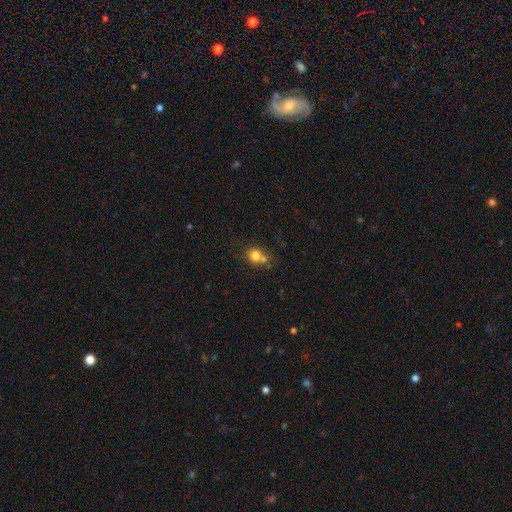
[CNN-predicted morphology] Smooth or featured: smooth — 77% (star or artifact — 12%)
How rounded: round — 76% (in between — 23%)
Merging: none — 47% (merger — 35%)